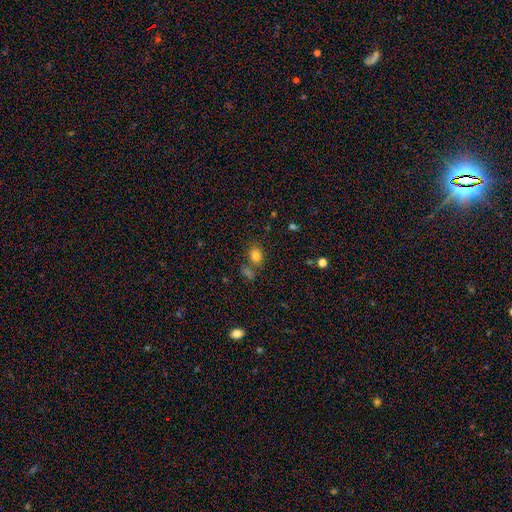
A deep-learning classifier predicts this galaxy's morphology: smooth 79%, star or artifact 14%, featured or disk 7%. Down the decision tree: how rounded — in between (52%); merging — none (67%).